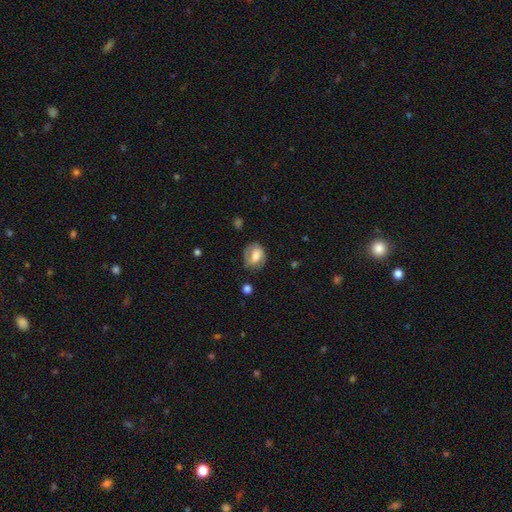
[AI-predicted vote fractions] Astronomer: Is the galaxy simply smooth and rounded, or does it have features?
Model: featured or disk — 51% (runner-up: smooth, 42%).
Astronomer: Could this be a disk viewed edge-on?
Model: no — 96%.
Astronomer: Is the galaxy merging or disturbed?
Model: none — 69%.